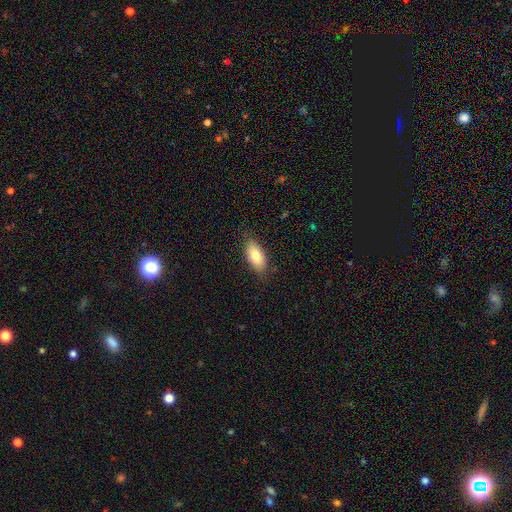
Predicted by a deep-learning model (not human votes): This is likely a smooth galaxy (78%). How rounded: clearly in between (88%). Merging: clearly none (82%).